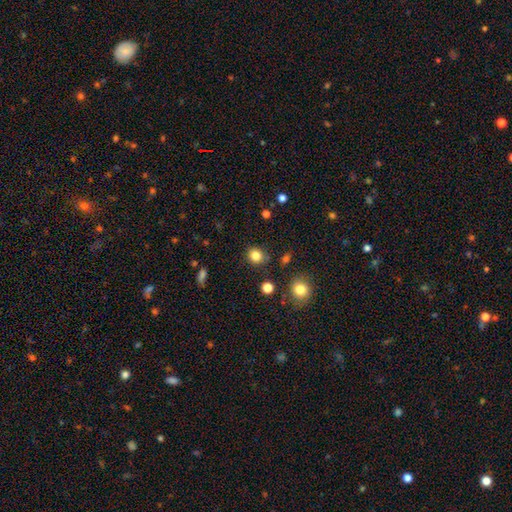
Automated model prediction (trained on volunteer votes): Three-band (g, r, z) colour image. It shows a smooth galaxy with no disk features (83%) that is round (74%). Merging: none (83%).